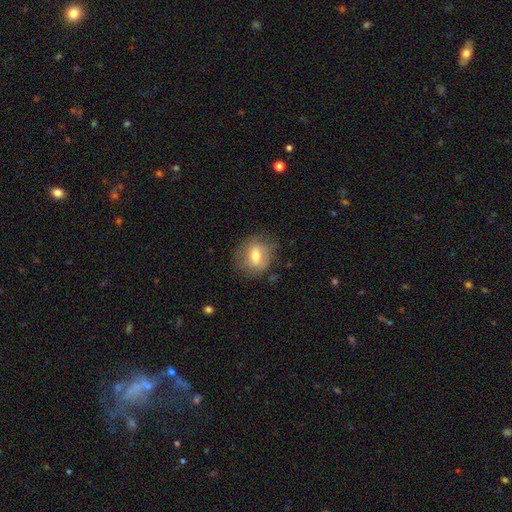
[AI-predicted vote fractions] A smooth galaxy with no disk features (59%) that is round (67%). Merging: none (75%).